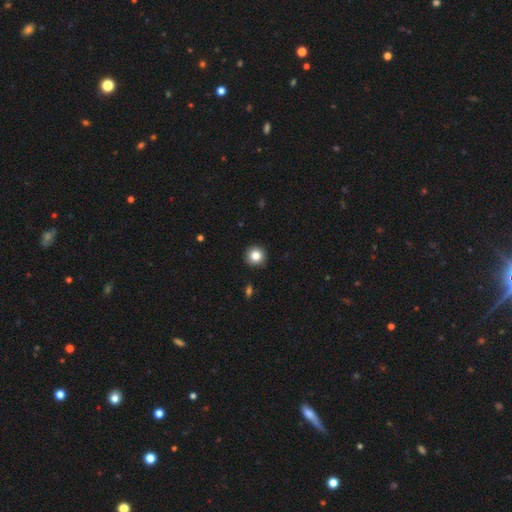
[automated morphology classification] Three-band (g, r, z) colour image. It shows a smooth galaxy with no disk features (83%) that is round (95%). Merging: none (92%).